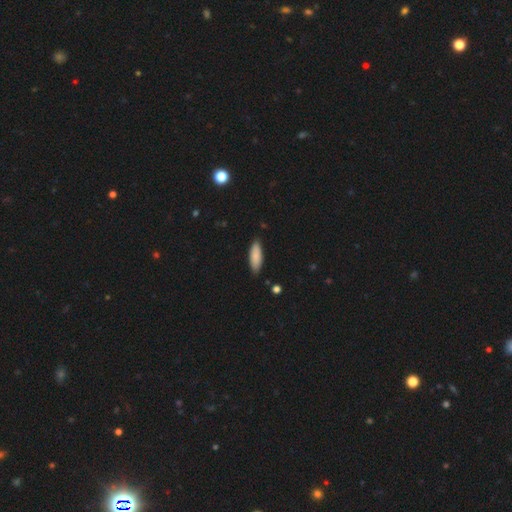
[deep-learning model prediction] smooth_or_featured: smooth (p=0.87) [alt: featured or disk p=0.08]
how_rounded: in between (p=0.61) [alt: cigar-shaped p=0.38]
merging: none (p=0.86) [alt: minor disturbance p=0.11]